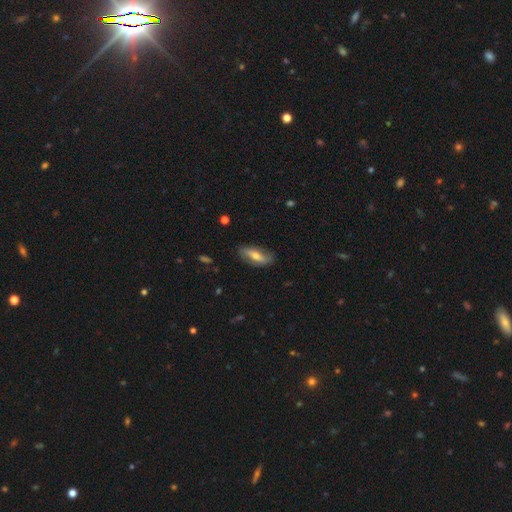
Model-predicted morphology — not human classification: Smooth or featured: featured or disk — 52% (smooth — 41%)
Edge-on disk: no — 78% (yes — 22%)
Merging: none — 75% (minor disturbance — 19%)